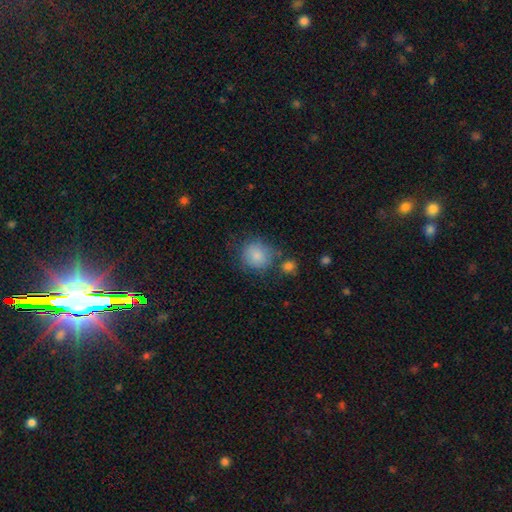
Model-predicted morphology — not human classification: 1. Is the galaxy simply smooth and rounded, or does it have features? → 80% smooth, 11% star or artifact, 10% featured or disk.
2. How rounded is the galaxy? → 83% round, 16% in between, 1% cigar-shaped.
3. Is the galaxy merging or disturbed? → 67% none, 18% minor disturbance, 8% merger, 7% major disturbance.